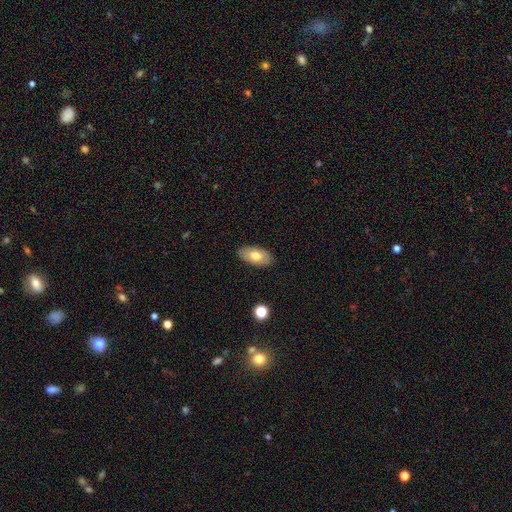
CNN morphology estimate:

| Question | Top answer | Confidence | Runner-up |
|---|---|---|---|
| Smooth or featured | smooth | 71% | featured or disk (22%) |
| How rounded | in between | 94% | round (4%) |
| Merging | none | 87% | minor disturbance (10%) |